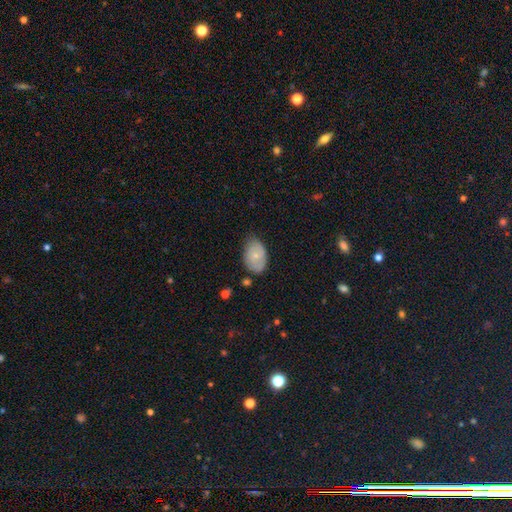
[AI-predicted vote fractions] smooth-or-featured: smooth: 66% | featured or disk: 28% | star or artifact: 7%
  how-rounded: in between: 86% | round: 13% | cigar-shaped: 1%
  merging: none: 61% | minor disturbance: 31% | major disturbance: 6% | merger: 2%